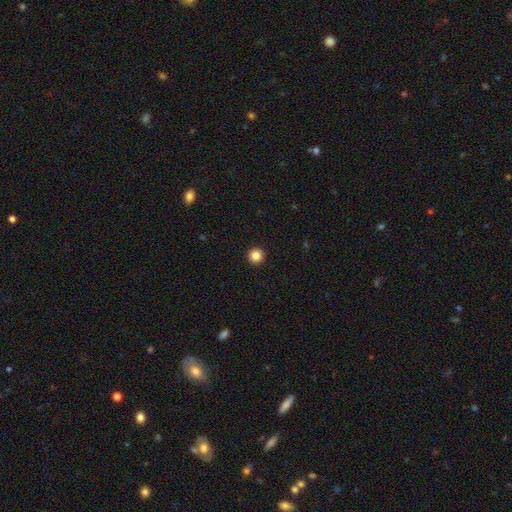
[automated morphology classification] Smooth or featured: smooth — 85% (star or artifact — 11%)
How rounded: round — 96% (in between — 3%)
Merging: none — 94% (minor disturbance — 3%)